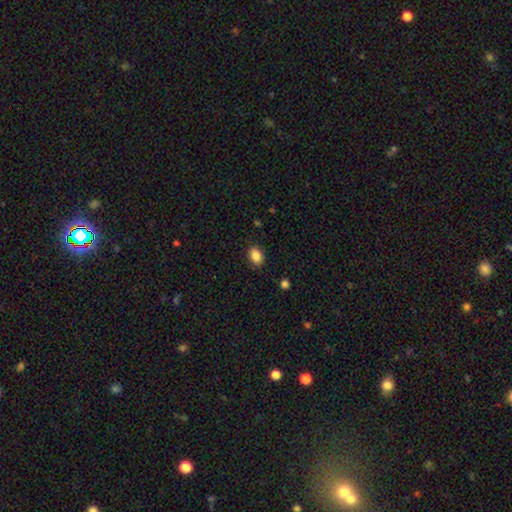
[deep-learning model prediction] smooth-or-featured: smooth: 86% | star or artifact: 9% | featured or disk: 5%
  how-rounded: in between: 72% | round: 27% | cigar-shaped: 1%
  merging: none: 86% | minor disturbance: 10% | major disturbance: 2% | merger: 1%